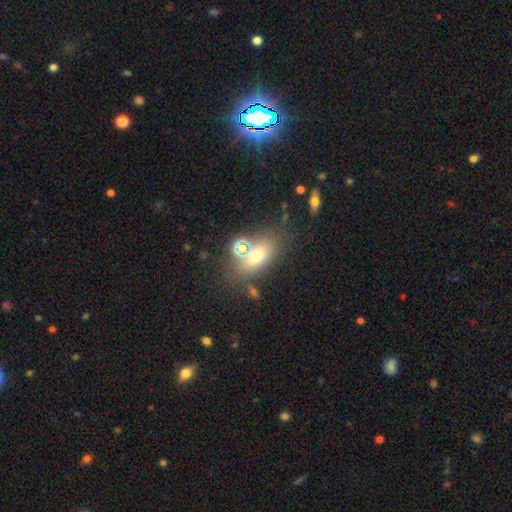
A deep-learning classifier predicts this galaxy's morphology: smooth-or-featured: smooth: 65% | star or artifact: 18% | featured or disk: 17%
  how-rounded: in between: 75% | round: 19% | cigar-shaped: 6%
  merging: none: 70% | minor disturbance: 13% | merger: 11% | major disturbance: 6%